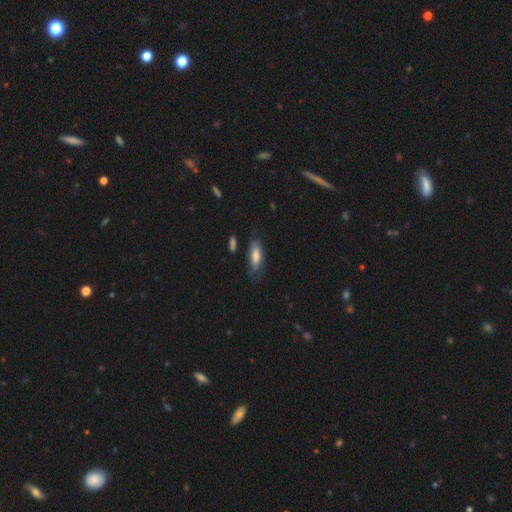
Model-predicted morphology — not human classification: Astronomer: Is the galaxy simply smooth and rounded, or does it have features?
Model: smooth — 63%.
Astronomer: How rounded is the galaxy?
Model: in between — 59% (runner-up: cigar-shaped, 39%).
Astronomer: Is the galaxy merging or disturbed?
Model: none — 69%.